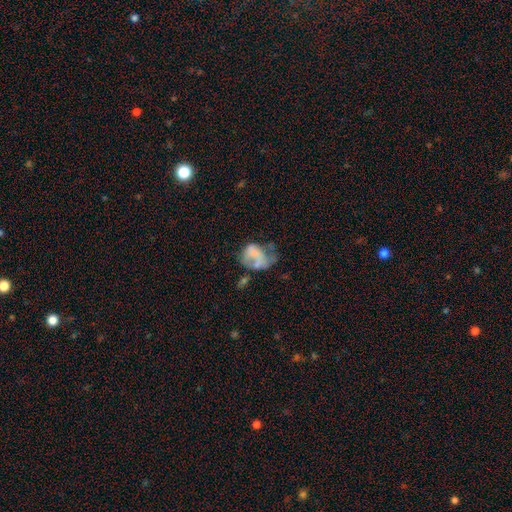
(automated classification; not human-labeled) The model was most divided on "smooth or featured": smooth: 47%, featured or disk: 42%, star or artifact: 11%. Remaining: merging — major disturbance (39%).